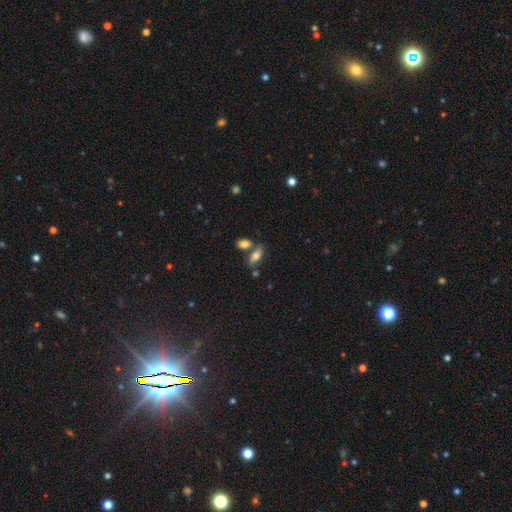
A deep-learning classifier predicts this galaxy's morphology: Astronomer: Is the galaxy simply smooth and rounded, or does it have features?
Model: smooth — 70%.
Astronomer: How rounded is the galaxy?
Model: in between — 78%.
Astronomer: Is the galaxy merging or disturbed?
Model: none — 60%.